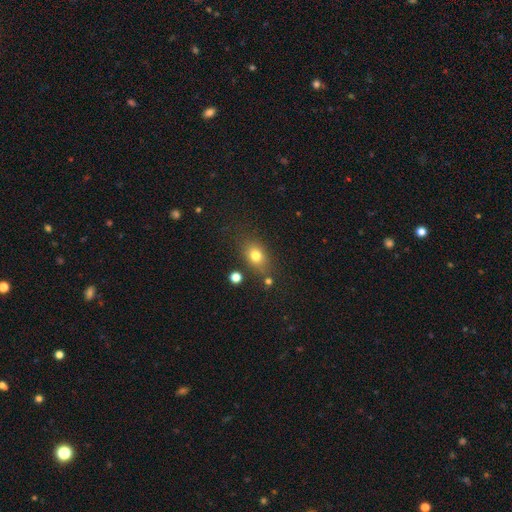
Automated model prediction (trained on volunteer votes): Morphology: type=smooth (76%); roundness=in between (64%); merging=none (71%).